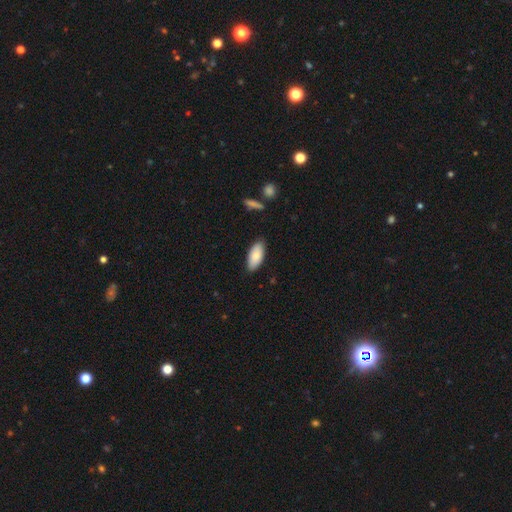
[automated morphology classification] The model was most divided on "smooth or featured": smooth: 83%, featured or disk: 11%, star or artifact: 6%. More confident: how rounded — in between (89%); merging — none (86%).